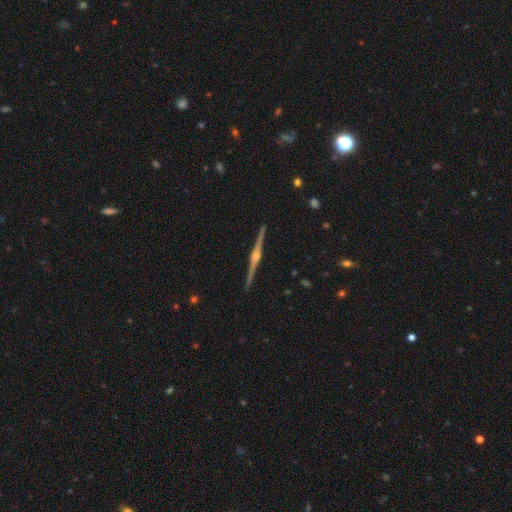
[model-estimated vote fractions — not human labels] Smooth or featured? featured or disk (89%)
Edge-on disk? yes (99%)
Edge-on bulge? rounded (86%)
Merging? none (93%)